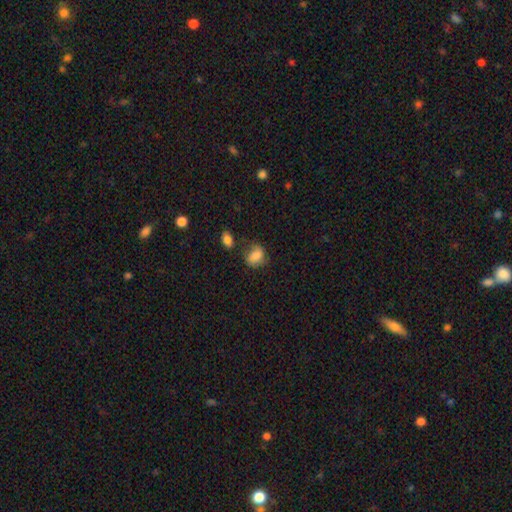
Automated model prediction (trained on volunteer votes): Overall: smooth (77%). How rounded: in between (63%; round 36%). Merging: none (58%; minor disturbance 26%).